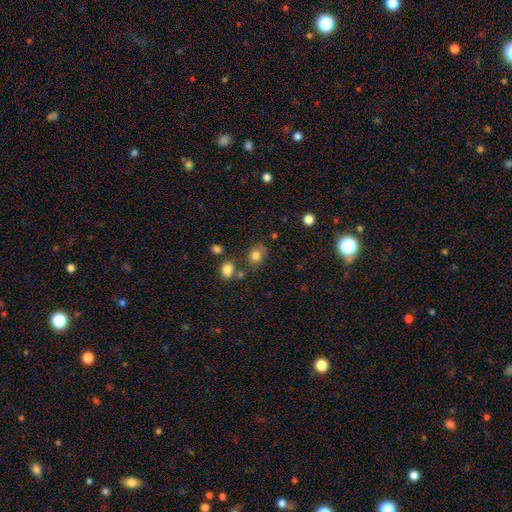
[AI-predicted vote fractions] The model was most divided on "how rounded": round: 65%, in between: 34%, cigar-shaped: 1%. More confident: smooth or featured — smooth (81%); merging — none (68%).